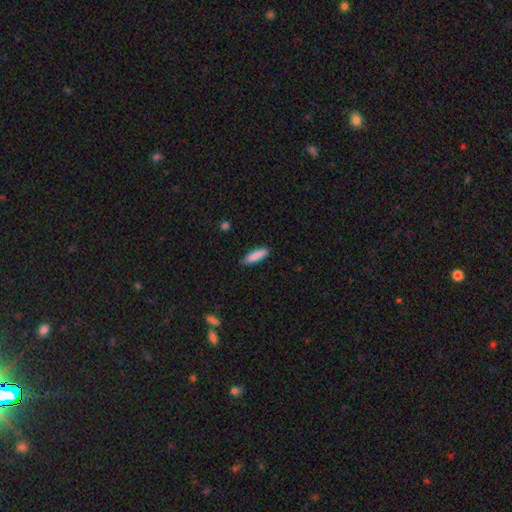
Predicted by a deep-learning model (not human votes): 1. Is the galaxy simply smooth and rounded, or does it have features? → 87% smooth, 7% featured or disk, 6% star or artifact.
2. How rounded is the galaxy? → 63% cigar-shaped, 35% in between, 2% round.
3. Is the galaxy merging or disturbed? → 85% none, 12% minor disturbance, 2% major disturbance, 1% merger.